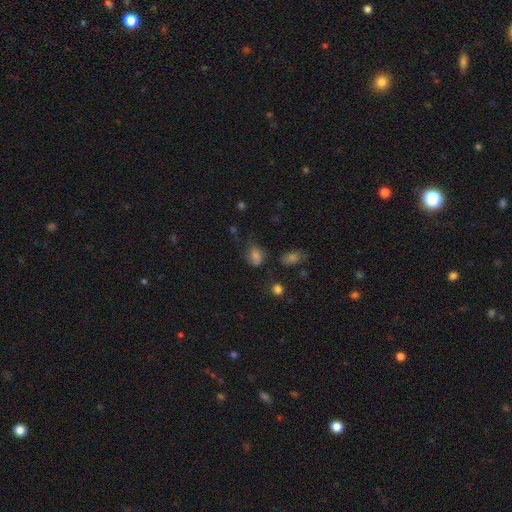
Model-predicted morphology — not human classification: Overall: smooth (72%). How rounded: in between (60%; round 38%). Merging: none (49%; minor disturbance 30%).